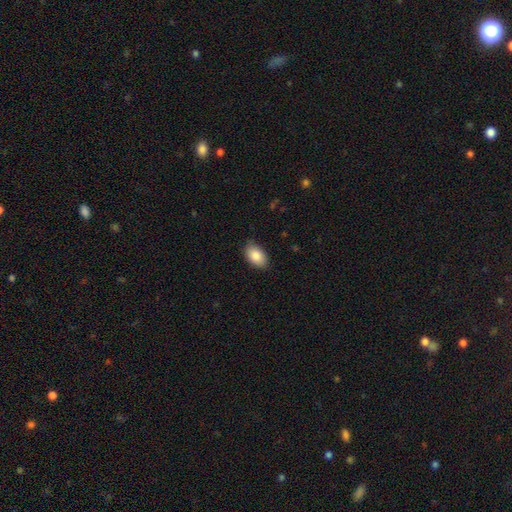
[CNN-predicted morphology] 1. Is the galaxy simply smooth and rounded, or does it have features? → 87% smooth, 7% featured or disk, 7% star or artifact.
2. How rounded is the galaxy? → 91% in between, 7% round, 1% cigar-shaped.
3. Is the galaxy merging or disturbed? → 81% none, 16% minor disturbance, 2% major disturbance, 1% merger.